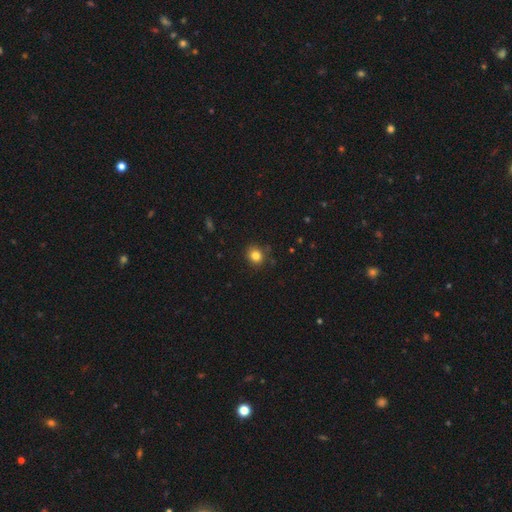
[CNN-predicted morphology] A smooth galaxy with no disk features (83%) that is round (80%).

Vote fractions:
- Smooth or featured? smooth: 83% / star or artifact: 12% / featured or disk: 6%
- How rounded? round: 80% / in between: 20% / cigar-shaped: 1%
- Merging? none: 85% / minor disturbance: 10% / major disturbance: 2% / merger: 2%